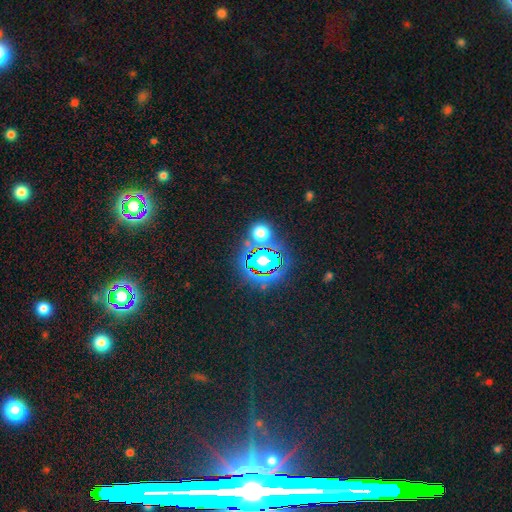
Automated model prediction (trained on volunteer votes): smooth_or_featured: star or artifact (p=0.80) [alt: smooth p=0.12]